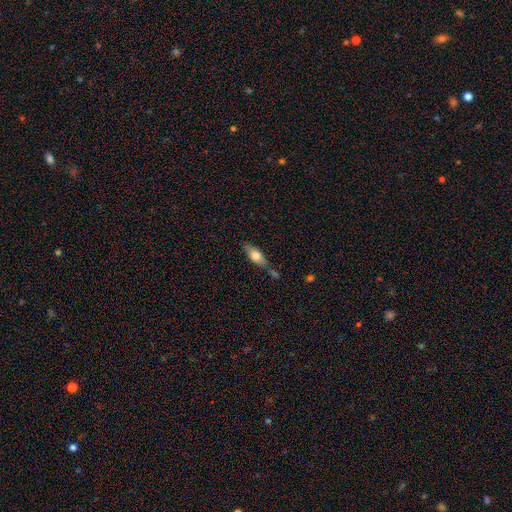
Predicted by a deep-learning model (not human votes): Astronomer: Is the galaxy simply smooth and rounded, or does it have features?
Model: smooth — 62%.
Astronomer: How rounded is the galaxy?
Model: in between — 69%.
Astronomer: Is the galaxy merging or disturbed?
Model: none — 57%.